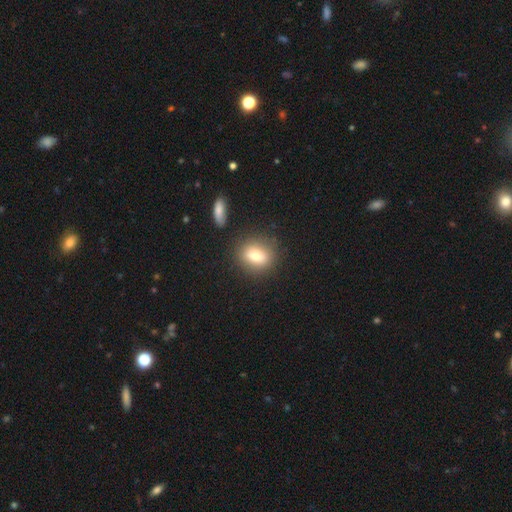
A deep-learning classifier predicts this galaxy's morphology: smooth_or_featured: smooth (p=0.77) [alt: featured or disk p=0.14]
how_rounded: in between (p=0.51) [alt: round p=0.46]
merging: none (p=0.82) [alt: minor disturbance p=0.10]